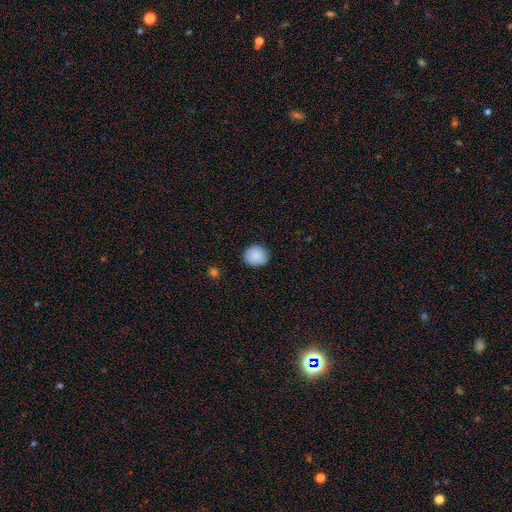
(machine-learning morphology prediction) Smooth or featured: smooth — 89% (star or artifact — 8%)
How rounded: round — 82% (in between — 17%)
Merging: none — 89% (minor disturbance — 8%)